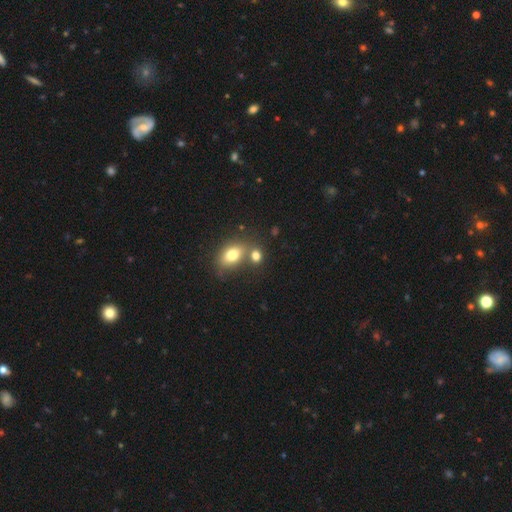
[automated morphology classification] Smooth or featured: smooth — 77% (star or artifact — 12%)
How rounded: in between — 55% (round — 43%)
Merging: none — 46% (merger — 39%)